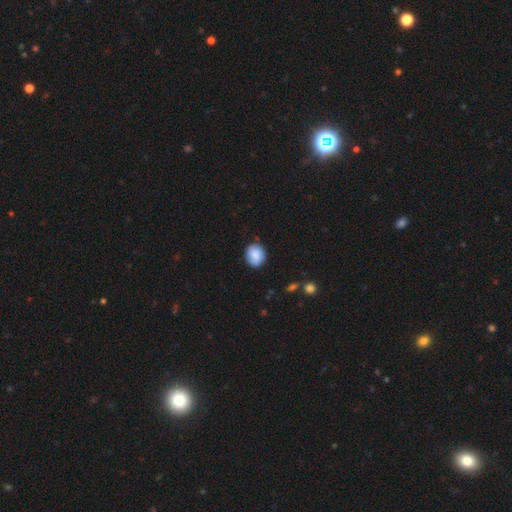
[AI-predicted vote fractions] This appears to be a smooth galaxy with no disk features (84%) that is round (66%). Merging: none (81%).